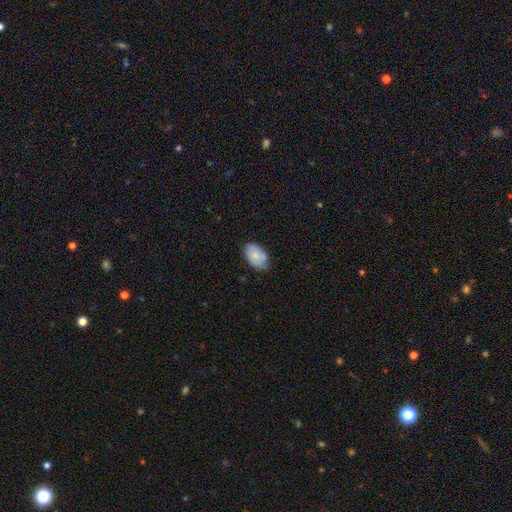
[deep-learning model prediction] A smooth galaxy with no disk features (74%) that is in between round and cigar-shaped (92%). Merging: none (69%).